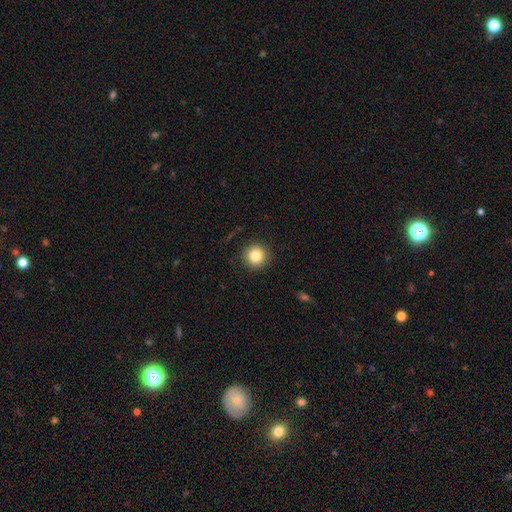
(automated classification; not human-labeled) smooth 84%, star or artifact 10%, featured or disk 6%. Down the decision tree: how rounded — round (95%); merging — none (90%).